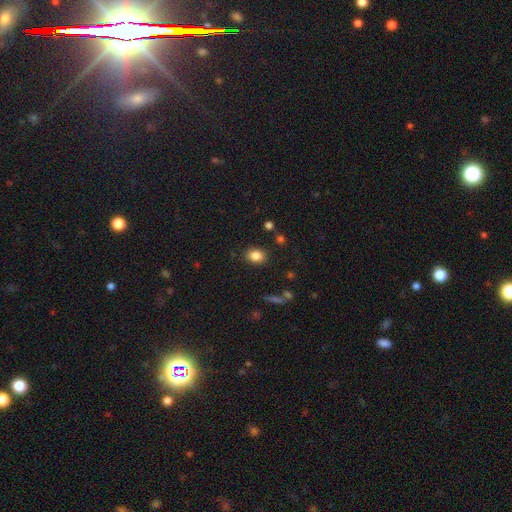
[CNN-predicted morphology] A smooth galaxy with no disk features (84%) that is in between round and cigar-shaped (62%). Merging: none (86%).